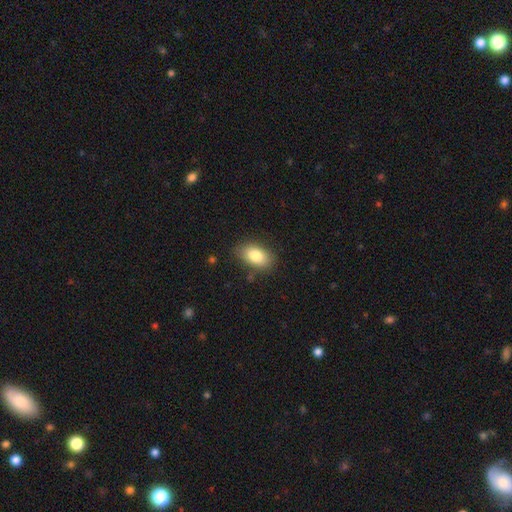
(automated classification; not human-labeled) smooth-or-featured: smooth: 83% | featured or disk: 10% | star or artifact: 8%
  how-rounded: in between: 90% | round: 8% | cigar-shaped: 2%
  merging: none: 82% | minor disturbance: 13% | major disturbance: 3% | merger: 2%